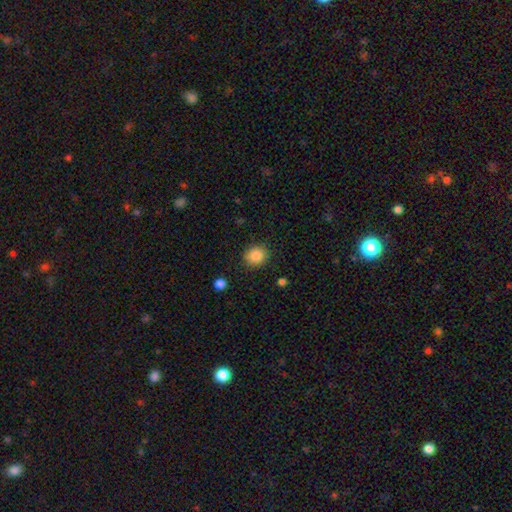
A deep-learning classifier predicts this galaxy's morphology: smooth 87%, star or artifact 9%, featured or disk 4%. Down the decision tree: how rounded — round (77%); merging — none (87%).